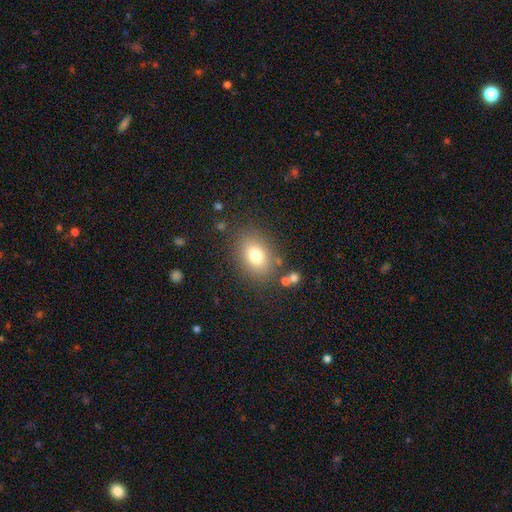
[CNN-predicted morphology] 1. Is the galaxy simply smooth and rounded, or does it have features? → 77% smooth, 12% star or artifact, 12% featured or disk.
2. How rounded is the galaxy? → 65% in between, 34% round, 1% cigar-shaped.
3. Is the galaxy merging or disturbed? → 81% none, 11% minor disturbance, 4% major disturbance, 3% merger.